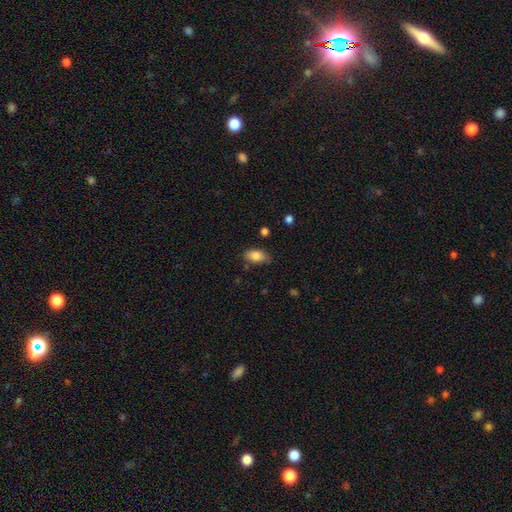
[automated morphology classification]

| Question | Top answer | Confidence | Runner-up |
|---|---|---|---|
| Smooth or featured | smooth | 85% | featured or disk (8%) |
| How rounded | in between | 92% | round (5%) |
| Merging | none | 77% | minor disturbance (17%) |